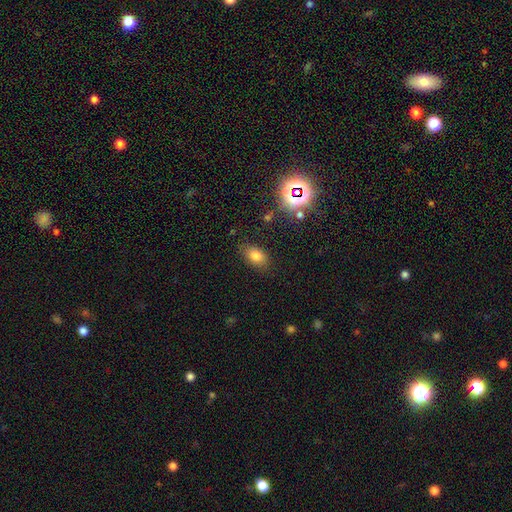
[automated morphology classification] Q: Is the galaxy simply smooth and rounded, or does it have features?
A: smooth — 75%.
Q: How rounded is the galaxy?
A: in between — 83%.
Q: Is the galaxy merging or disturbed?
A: none — 81%.